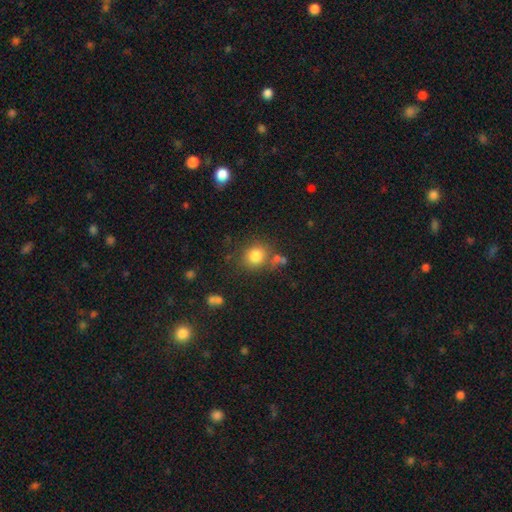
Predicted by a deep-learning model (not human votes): Smooth or featured?
  - smooth: 81% *
  - star or artifact: 12%
  - featured or disk: 7%
How rounded?
  - round: 79% *
  - in between: 20%
  - cigar-shaped: 1%
Merging?
  - none: 73% *
  - minor disturbance: 13%
  - merger: 9%
  - major disturbance: 5%